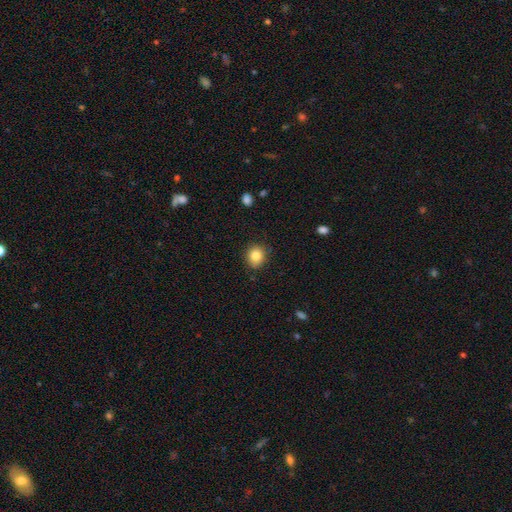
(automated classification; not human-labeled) Q: Smooth or featured?
A: smooth (83%); runner-up: star or artifact (10%)
Q: How rounded?
A: round (79%); runner-up: in between (20%)
Q: Merging?
A: none (87%); runner-up: minor disturbance (10%)